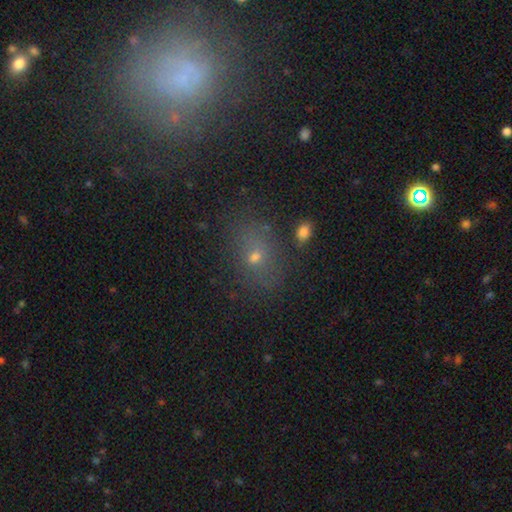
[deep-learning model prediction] This is possibly a smooth galaxy (59%). How rounded: likely in between (65%). Merging: likely none (72%).